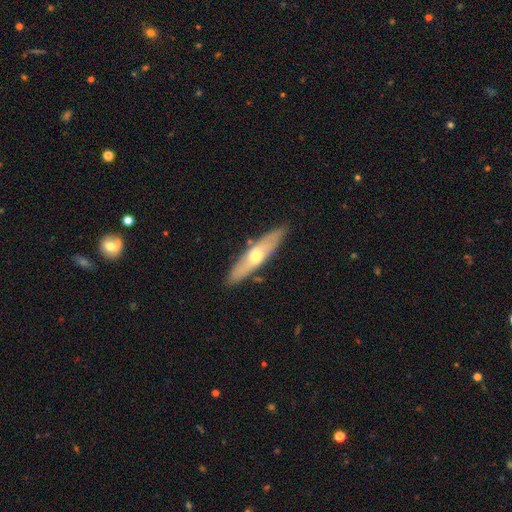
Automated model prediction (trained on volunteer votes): Q: Smooth or featured?
A: featured or disk (50%); runner-up: smooth (44%)
Q: Edge-on disk?
A: yes (70%); runner-up: no (30%)
Q: Merging?
A: none (85%); runner-up: minor disturbance (10%)